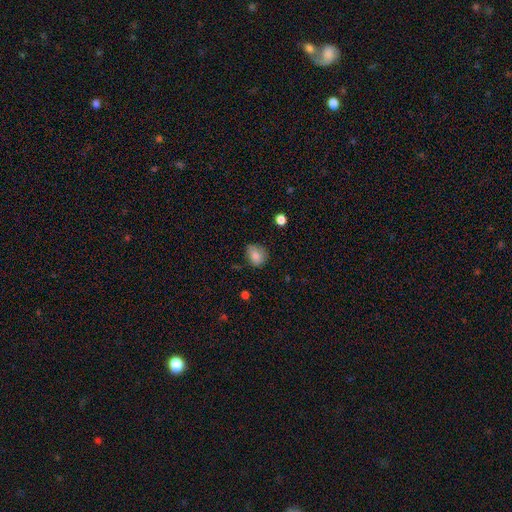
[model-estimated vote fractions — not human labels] Smooth or featured? smooth (81%)
How rounded? round (64%)
Merging? none (66%)